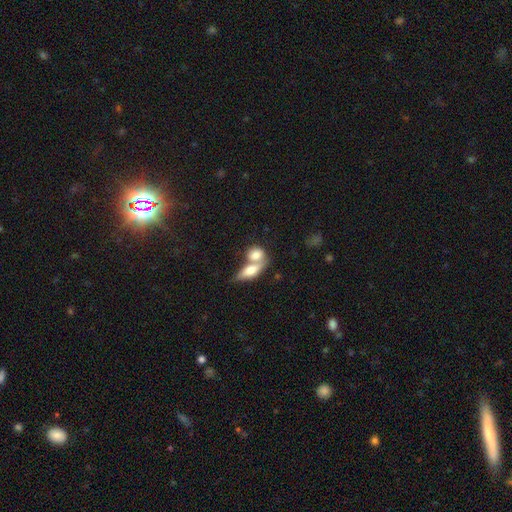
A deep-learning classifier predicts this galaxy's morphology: The model was most divided on "merging": merger: 65%, none: 23%, minor disturbance: 7%, major disturbance: 4%. More confident: smooth or featured — smooth (75%); how rounded — in between (67%).